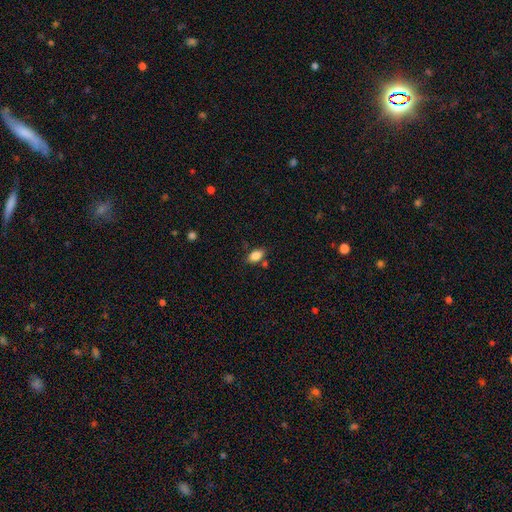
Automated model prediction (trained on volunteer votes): Overall: smooth (86%). How rounded: in between (89%). Merging: none (77%).